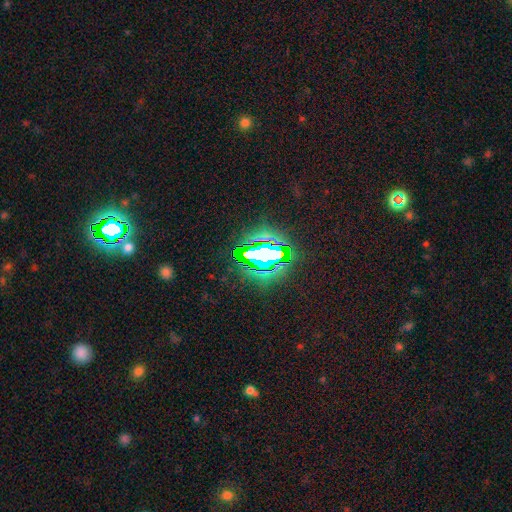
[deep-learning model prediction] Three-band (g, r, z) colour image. It shows a star or artifact, not a galaxy (72%).